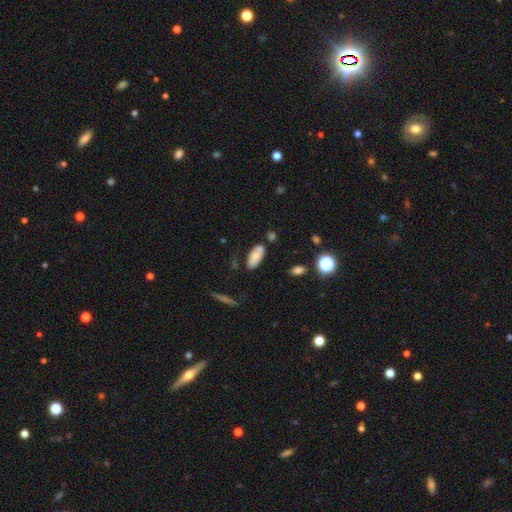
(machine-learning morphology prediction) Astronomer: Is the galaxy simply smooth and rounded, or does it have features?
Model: smooth — 71%.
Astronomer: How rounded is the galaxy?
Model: in between — 89%.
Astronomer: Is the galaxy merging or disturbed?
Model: none — 66%.